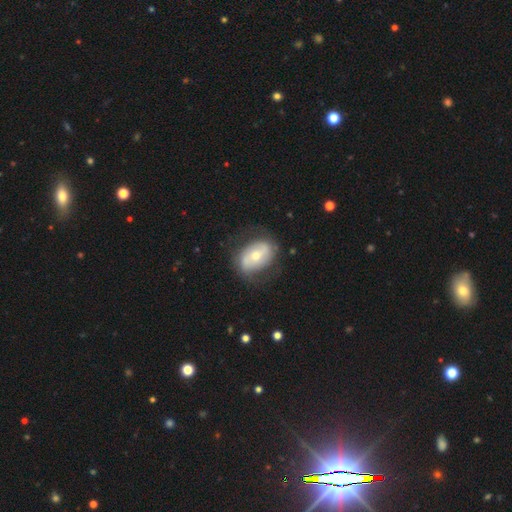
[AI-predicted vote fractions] smooth_or_featured: featured or disk (p=0.54) [alt: smooth p=0.39]
disk_edge_on: no (p=0.94) [alt: yes p=0.06]
bar: no (p=0.50) [alt: weak p=0.31]
has_spiral_arms: yes (p=0.59) [alt: no p=0.41]
bulge_size: moderate (p=0.56) [alt: small p=0.37]
merging: none (p=0.69) [alt: minor disturbance p=0.19]